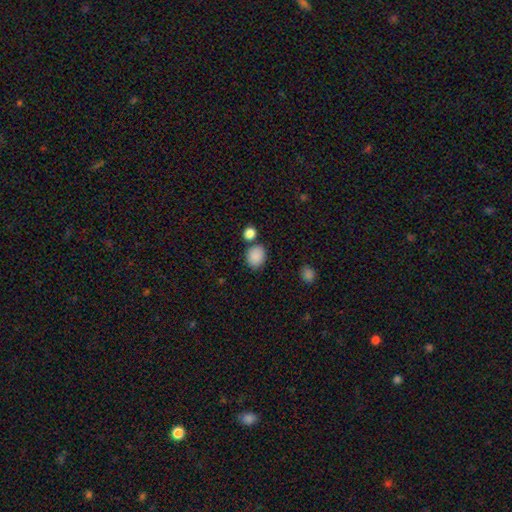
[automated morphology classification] The model was most divided on "how rounded": round: 52%, in between: 47%, cigar-shaped: 1%. More confident: smooth or featured — smooth (88%); merging — none (73%).